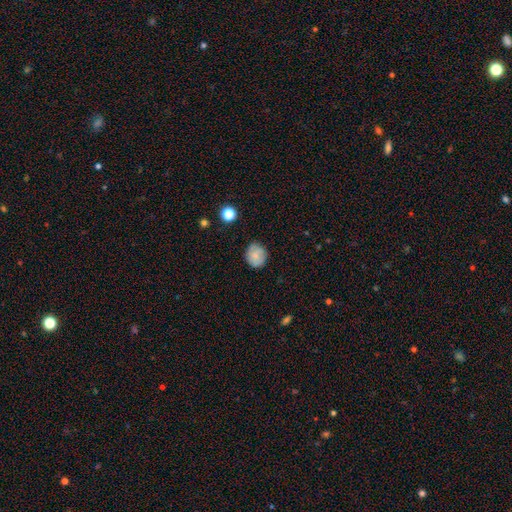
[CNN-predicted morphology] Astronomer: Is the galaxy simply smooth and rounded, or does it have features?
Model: smooth — 72%.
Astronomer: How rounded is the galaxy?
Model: round — 74%.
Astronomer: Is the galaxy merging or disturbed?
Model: none — 78%.